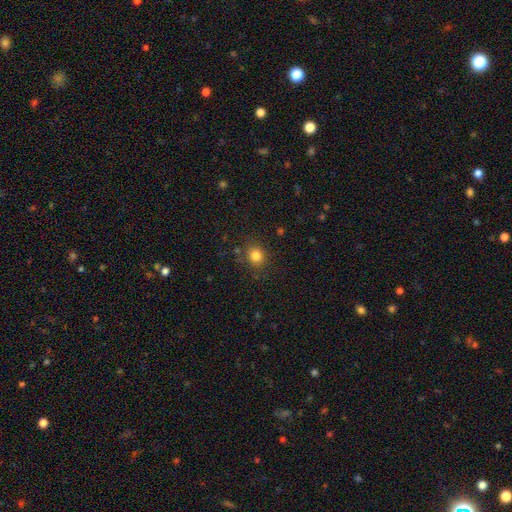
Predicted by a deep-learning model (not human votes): A smooth galaxy with no disk features (82%) that is round (81%).

Vote fractions:
- Smooth or featured? smooth: 82% / star or artifact: 13% / featured or disk: 5%
- How rounded? round: 81% / in between: 19% / cigar-shaped: 1%
- Merging? none: 84% / minor disturbance: 10% / major disturbance: 3% / merger: 2%